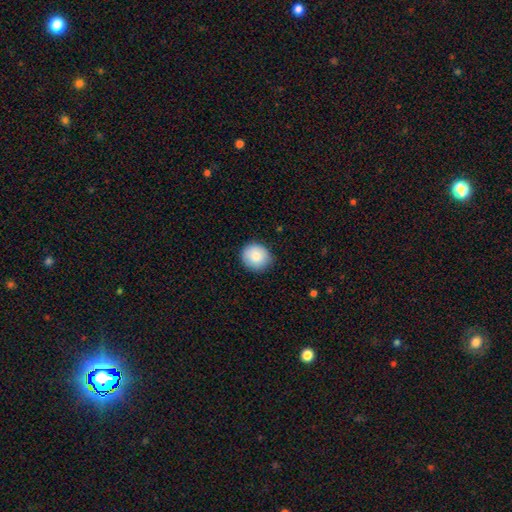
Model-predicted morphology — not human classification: Overall: smooth (85%). How rounded: round (87%). Merging: none (85%).